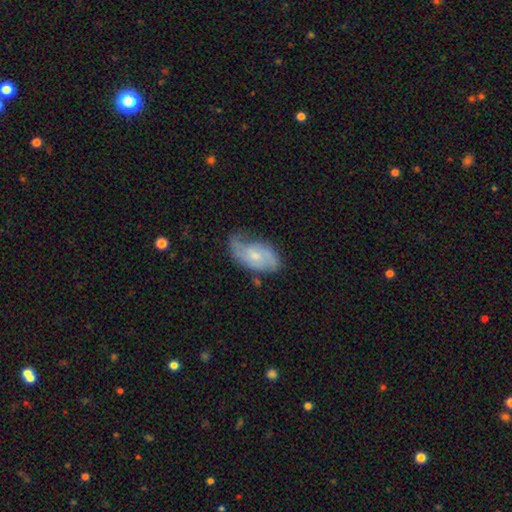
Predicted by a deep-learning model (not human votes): Smooth or featured: featured or disk — 62% (smooth — 32%)
Edge-on disk: no — 95% (yes — 5%)
Bar: no — 67% (weak — 29%)
Spiral arms: yes — 86% (no — 14%)
Spiral winding: medium — 41% (loose — 35%)
Spiral arm count: 2 — 64% (1 — 16%)
Bulge size: small — 57% (moderate — 34%)
Merging: none — 49% (minor disturbance — 32%)